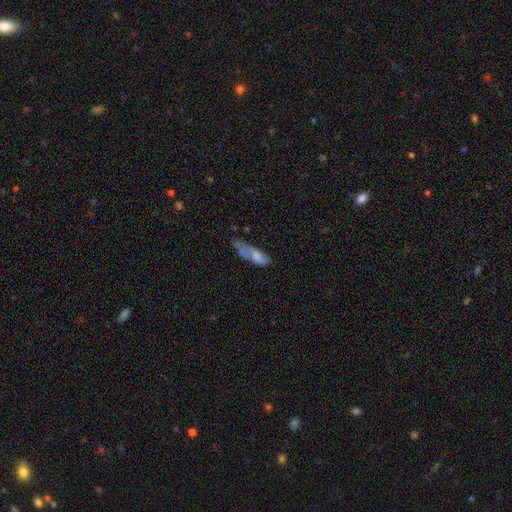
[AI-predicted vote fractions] This appears to be a smooth galaxy with no disk features (60%) that is in between round and cigar-shaped (53%). Merging: none (32%, tied with minor disturbance).